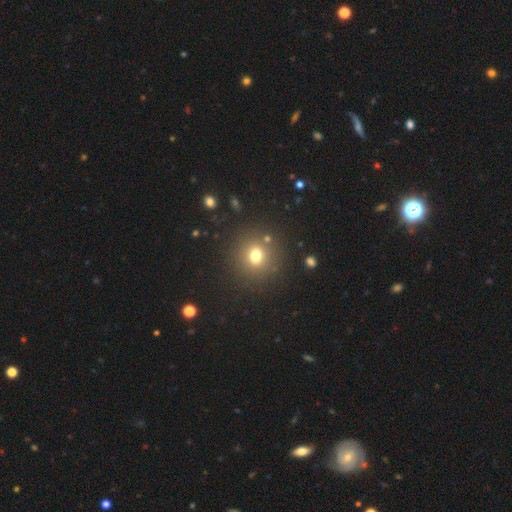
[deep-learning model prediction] smooth-or-featured: smooth: 72% | star or artifact: 18% | featured or disk: 10%
  how-rounded: round: 85% | in between: 14% | cigar-shaped: 1%
  merging: none: 84% | minor disturbance: 8% | merger: 5% | major disturbance: 4%